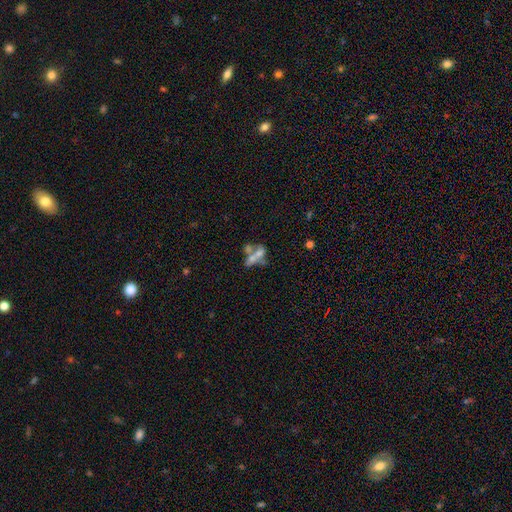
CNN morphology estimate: Overall: smooth (45%; featured or disk 40%). Merging: merger (59%; none 21%).